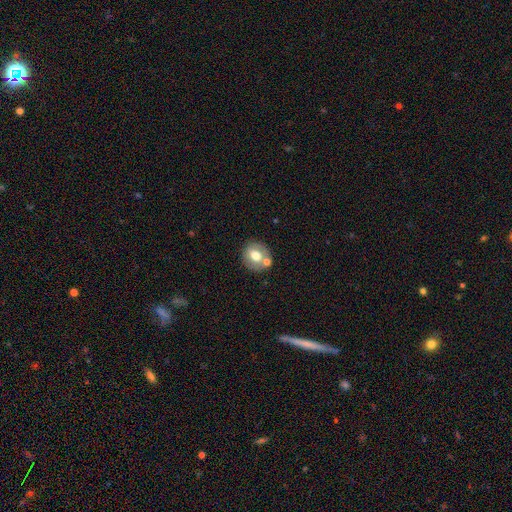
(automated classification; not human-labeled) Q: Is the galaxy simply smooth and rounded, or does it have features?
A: smooth — 63%.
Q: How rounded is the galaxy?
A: round — 75%.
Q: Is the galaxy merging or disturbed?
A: none — 64%.